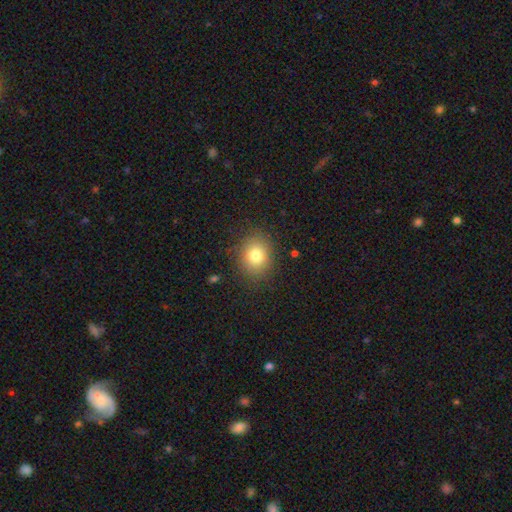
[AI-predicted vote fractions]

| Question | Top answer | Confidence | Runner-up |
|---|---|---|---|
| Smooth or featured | smooth | 78% | star or artifact (12%) |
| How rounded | round | 58% | in between (41%) |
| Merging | none | 86% | minor disturbance (10%) |